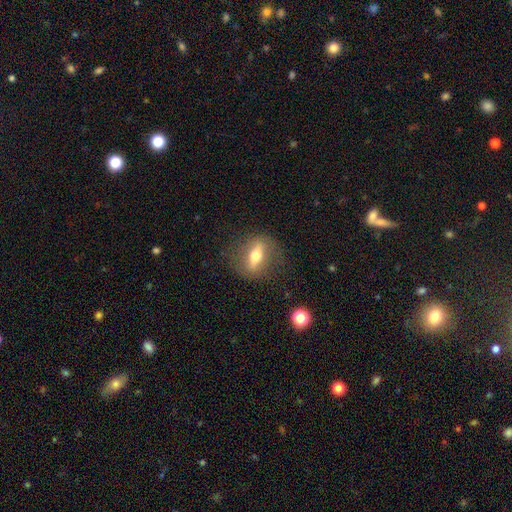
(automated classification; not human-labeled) A featured or disk galaxy (52%) viewed edge-on (56%). Merging: none (80%).